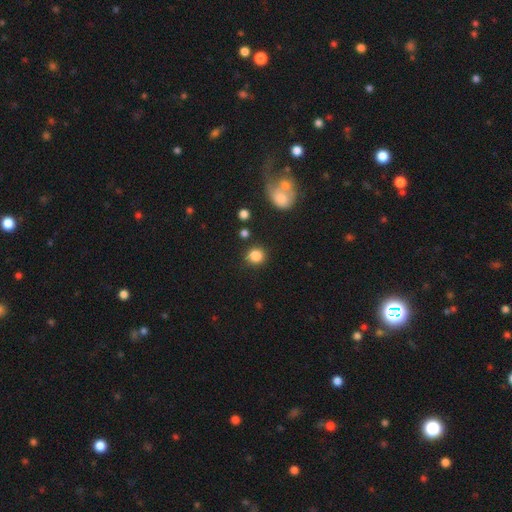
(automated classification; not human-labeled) Smooth or featured: smooth — 85% (star or artifact — 11%)
How rounded: round — 87% (in between — 12%)
Merging: none — 84% (minor disturbance — 10%)